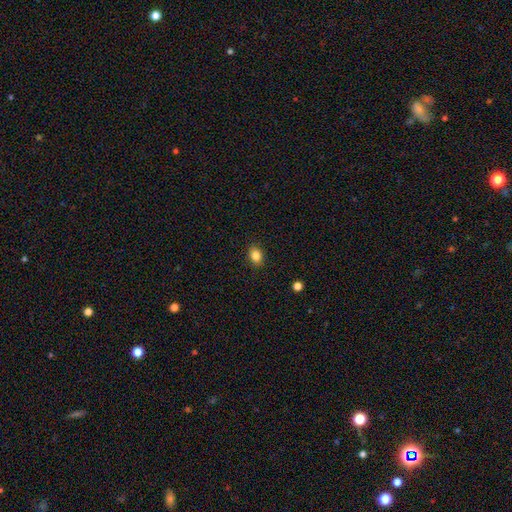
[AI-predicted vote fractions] Overall: smooth (84%). How rounded: in between (56%; round 43%). Merging: none (89%).